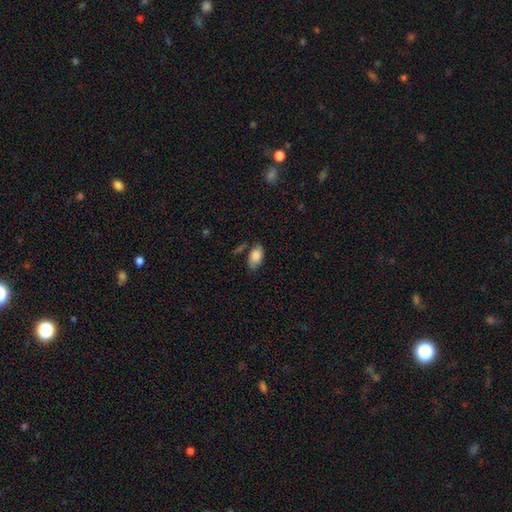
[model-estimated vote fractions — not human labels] Q: Smooth or featured?
A: smooth (84%); runner-up: featured or disk (9%)
Q: How rounded?
A: in between (93%); runner-up: cigar-shaped (3%)
Q: Merging?
A: none (70%); runner-up: minor disturbance (19%)